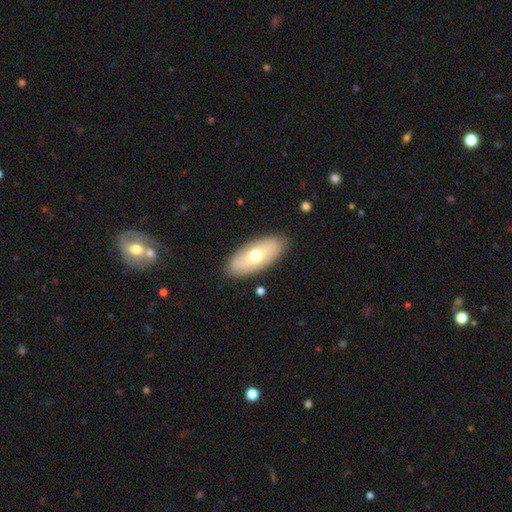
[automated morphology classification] smooth 61%, featured or disk 32%, star or artifact 6%. Down the decision tree: how rounded — in between (88%); merging — none (87%).